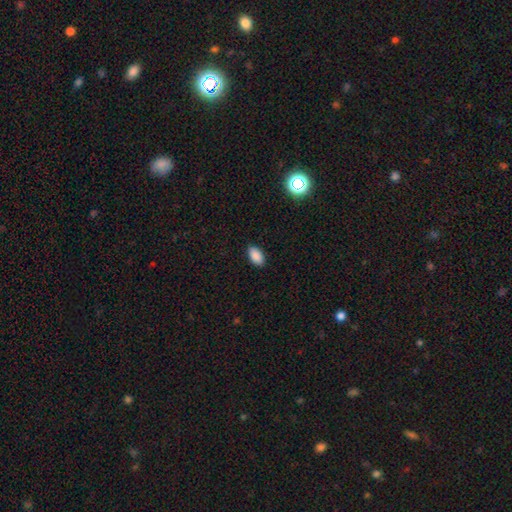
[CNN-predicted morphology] This is clearly a smooth galaxy (88%). How rounded: clearly in between (94%). Merging: clearly none (88%).